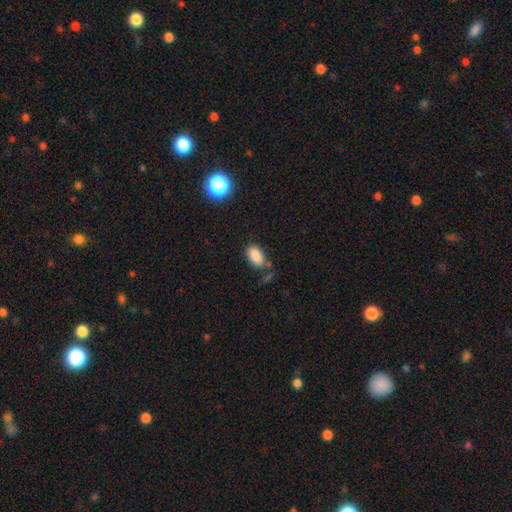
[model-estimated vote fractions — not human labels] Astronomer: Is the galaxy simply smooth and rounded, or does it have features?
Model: smooth — 86%.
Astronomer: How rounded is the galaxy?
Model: in between — 91%.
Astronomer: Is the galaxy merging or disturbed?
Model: none — 67%.